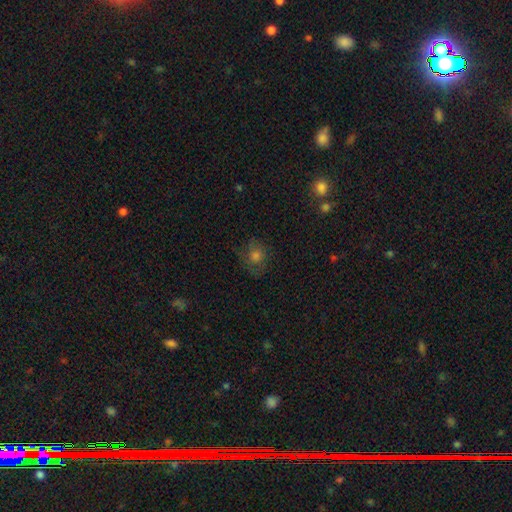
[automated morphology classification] This appears to be a smooth galaxy with no disk features (59%) that is round (76%). Merging: none (72%).